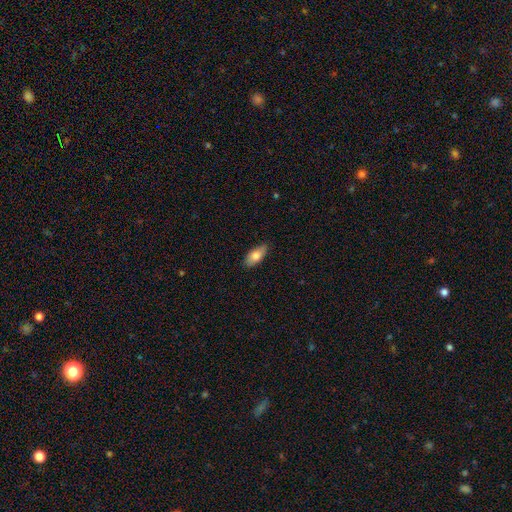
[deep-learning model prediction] Smooth or featured: smooth — 77% (featured or disk — 16%)
How rounded: in between — 87% (cigar-shaped — 10%)
Merging: none — 83% (minor disturbance — 14%)